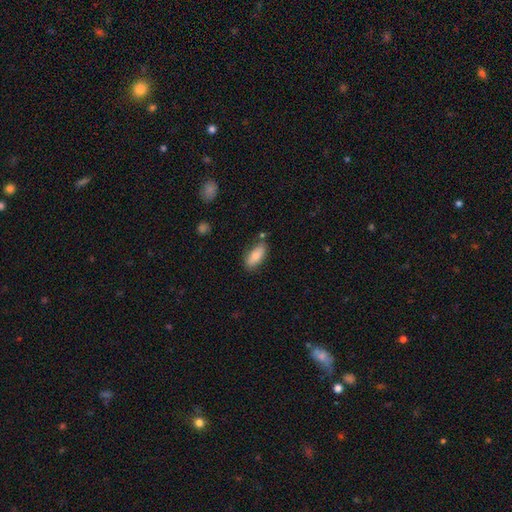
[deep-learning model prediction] This appears to be a smooth galaxy with no disk features (82%) that is in between round and cigar-shaped (84%). Merging: none (74%).